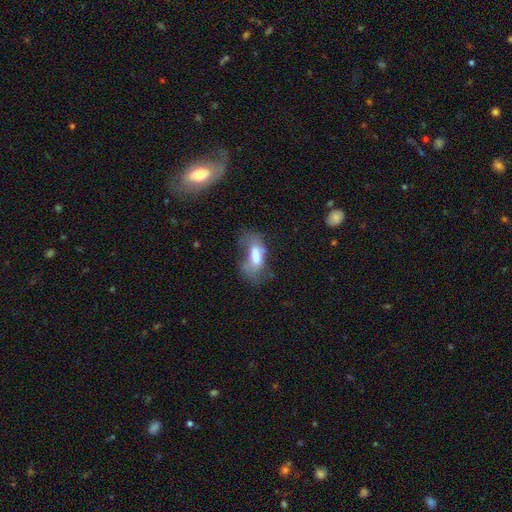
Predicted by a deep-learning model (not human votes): Smooth or featured?
  - smooth: 54% *
  - featured or disk: 35%
  - star or artifact: 11%
How rounded?
  - in between: 80% *
  - cigar-shaped: 15%
  - round: 5%
Merging?
  - major disturbance: 38% *
  - none: 28%
  - minor disturbance: 24%
  - merger: 10%